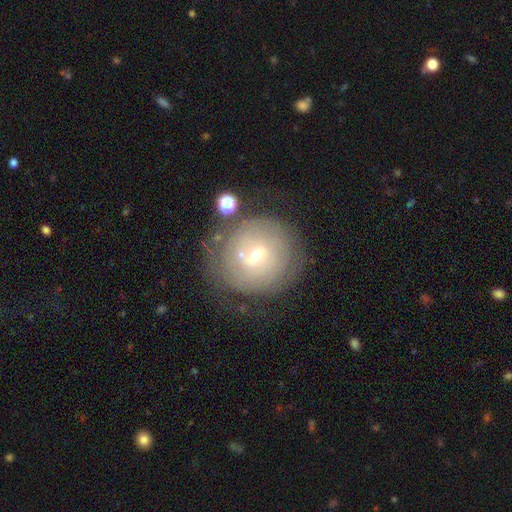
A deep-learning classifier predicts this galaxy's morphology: smooth-or-featured: featured or disk: 51% | smooth: 38% | star or artifact: 11%
  disk-edge-on: no: 96% | yes: 4%
  merging: none: 64% | minor disturbance: 18% | major disturbance: 11% | merger: 7%